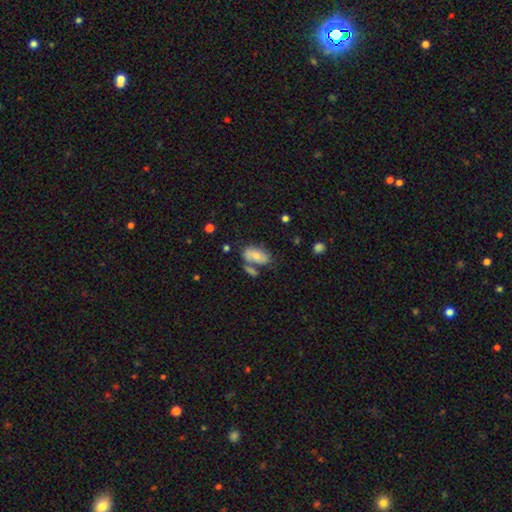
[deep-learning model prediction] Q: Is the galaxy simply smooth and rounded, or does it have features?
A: smooth — 69%.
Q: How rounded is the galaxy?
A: in between — 91%.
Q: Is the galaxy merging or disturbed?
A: none — 44%.